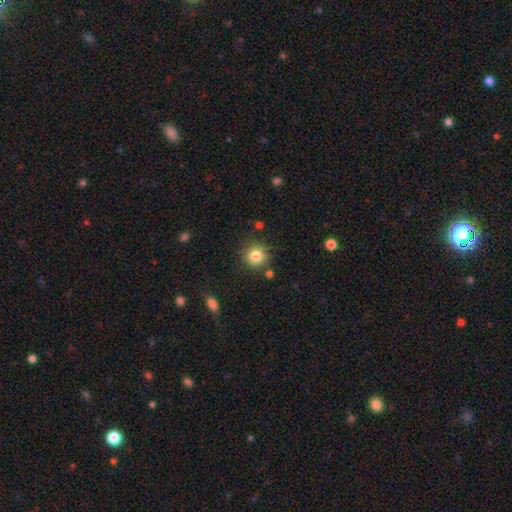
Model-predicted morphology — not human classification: type=smooth (84%); roundness=round (92%); merging=none (84%).